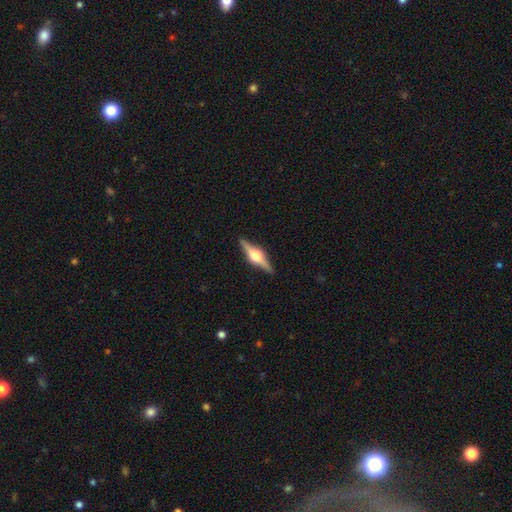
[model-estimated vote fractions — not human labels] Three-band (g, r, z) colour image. It shows a featured or disk galaxy (81%) viewed edge-on (98%) with a rounded central bulge (95%). Merging: none (90%).